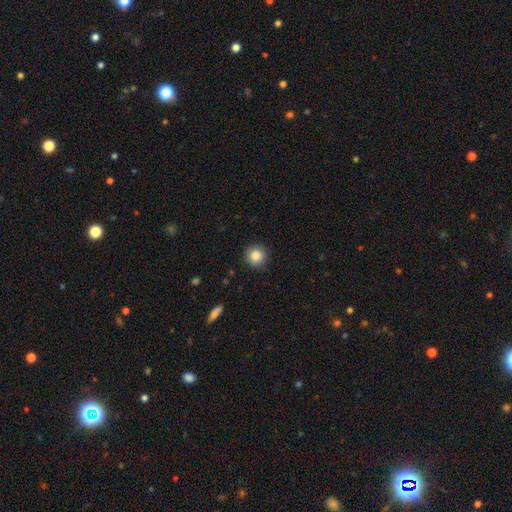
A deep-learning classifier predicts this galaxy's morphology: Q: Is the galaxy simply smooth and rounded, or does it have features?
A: smooth — 86%.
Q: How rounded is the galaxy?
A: round — 94%.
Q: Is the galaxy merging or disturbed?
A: none — 91%.